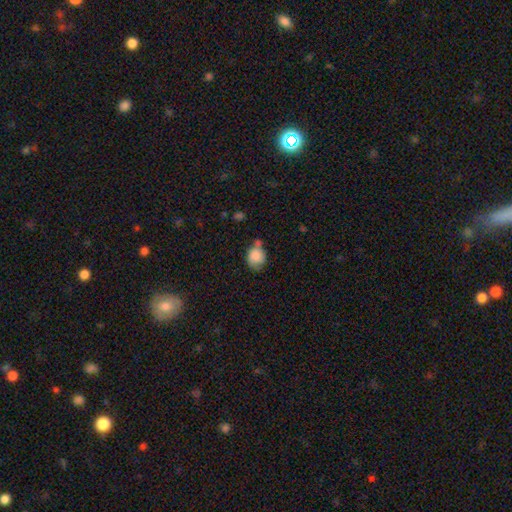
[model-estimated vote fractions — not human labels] smooth-or-featured: smooth: 84% | star or artifact: 8% | featured or disk: 7%
  how-rounded: round: 68% | in between: 31% | cigar-shaped: 1%
  merging: none: 47% | minor disturbance: 28% | merger: 16% | major disturbance: 9%